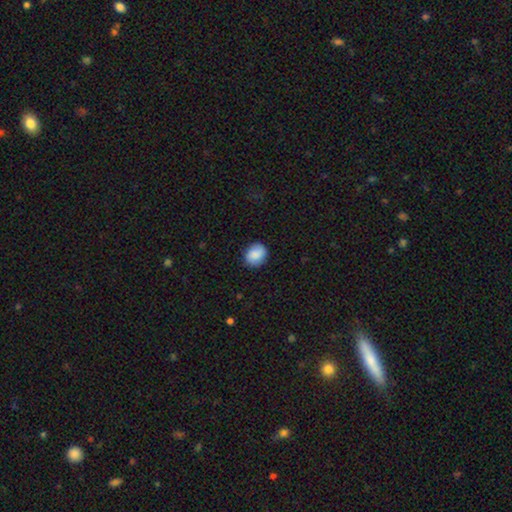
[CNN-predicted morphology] Smooth or featured? Predicted: smooth (p=0.84). How rounded? Predicted: round (p=0.61). Merging? Predicted: none (p=0.84).